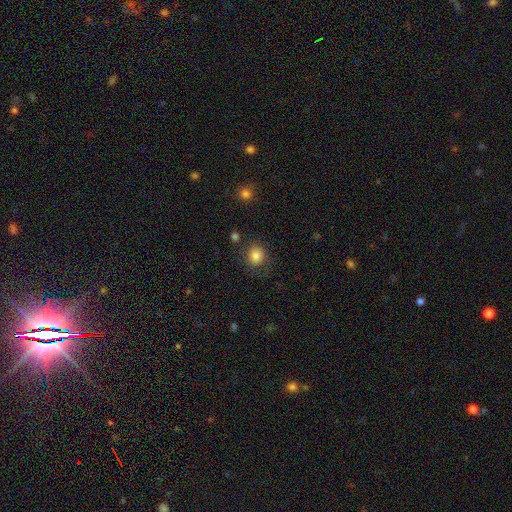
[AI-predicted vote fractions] Morphology: type=smooth (83%); roundness=round (85%); merging=none (77%).